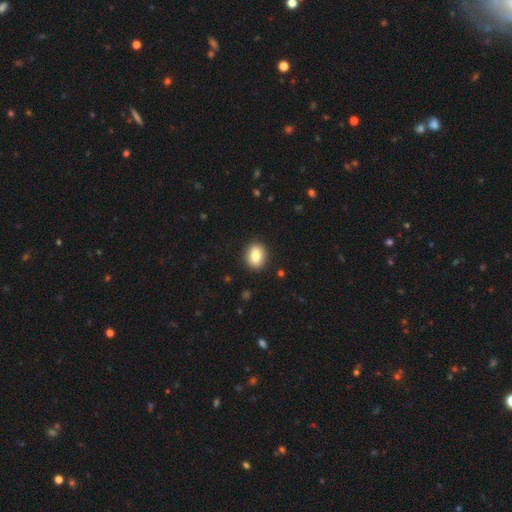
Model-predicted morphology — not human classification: A smooth galaxy with no disk features (84%) that is in between round and cigar-shaped (53%). Merging: none (90%).